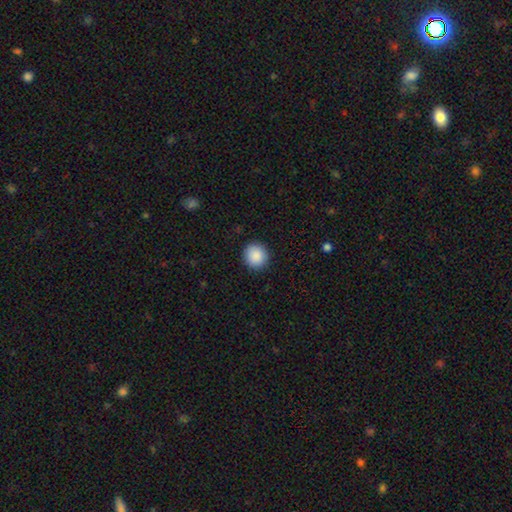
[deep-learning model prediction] Smooth or featured?
  - smooth: 89% *
  - star or artifact: 8%
  - featured or disk: 3%
How rounded?
  - round: 93% *
  - in between: 6%
  - cigar-shaped: 1%
Merging?
  - none: 91% *
  - minor disturbance: 6%
  - major disturbance: 2%
  - merger: 1%